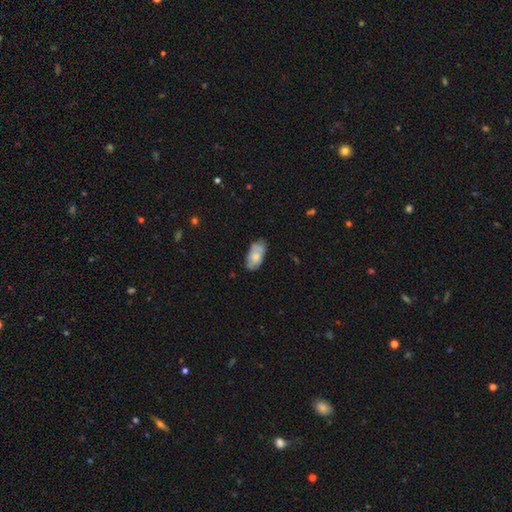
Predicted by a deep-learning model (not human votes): A smooth galaxy with no disk features (67%) that is in between round and cigar-shaped (93%).

Vote fractions:
- Smooth or featured? smooth: 67% / featured or disk: 27% / star or artifact: 7%
- How rounded? in between: 93% / cigar-shaped: 4% / round: 3%
- Merging? none: 60% / minor disturbance: 29% / major disturbance: 7% / merger: 4%